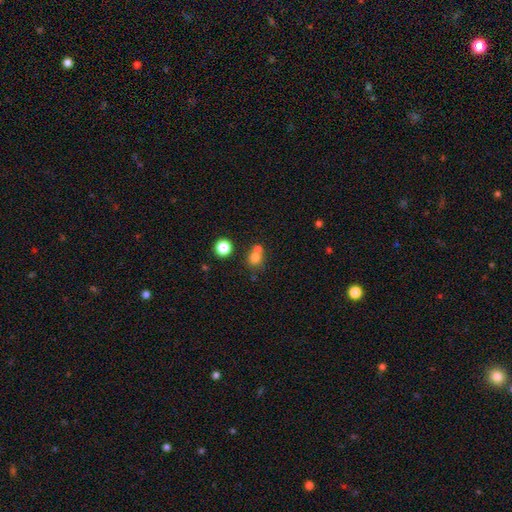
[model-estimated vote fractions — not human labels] A smooth galaxy with no disk features (73%) that is round (83%). Merging: none (48%).